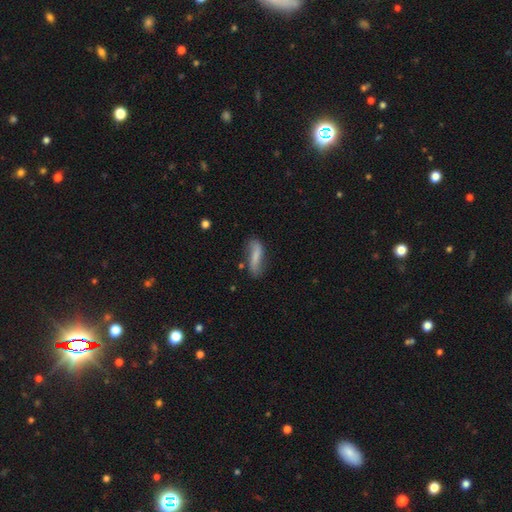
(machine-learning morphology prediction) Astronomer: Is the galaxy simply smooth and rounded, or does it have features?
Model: smooth — 59%.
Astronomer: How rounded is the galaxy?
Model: cigar-shaped — 49% (runner-up: in between, 47%).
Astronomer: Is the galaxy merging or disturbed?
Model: none — 59%.